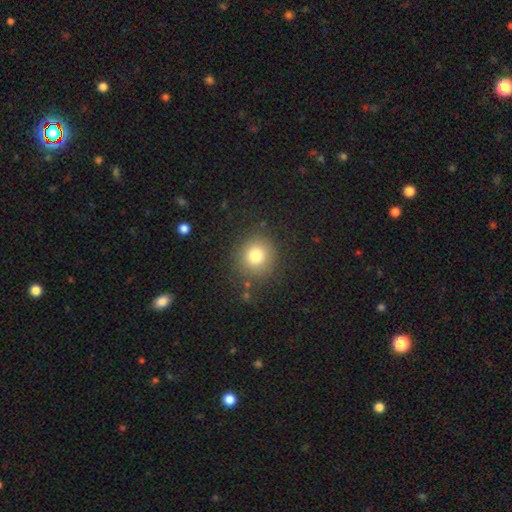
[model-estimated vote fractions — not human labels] Smooth or featured? smooth (79%)
How rounded? round (90%)
Merging? none (86%)